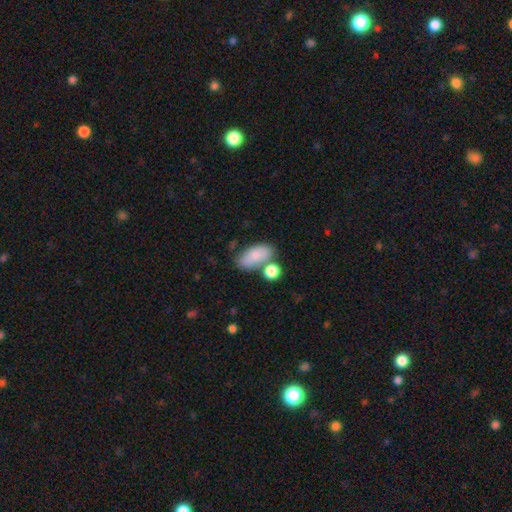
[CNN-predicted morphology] Overall: smooth (81%). How rounded: in between (90%). Merging: none (57%; merger 20%).